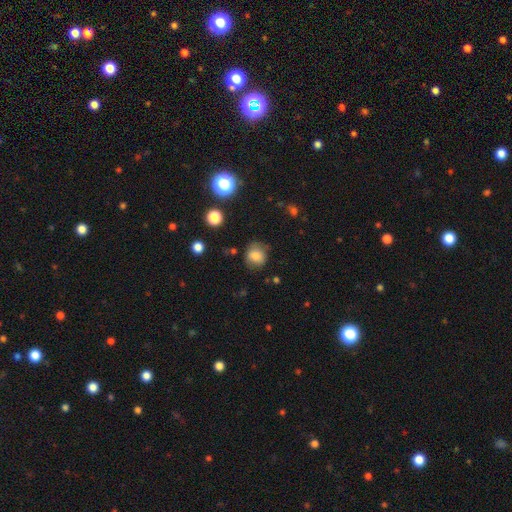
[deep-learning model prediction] A smooth galaxy with no disk features (78%) that is round (75%). Merging: none (70%).